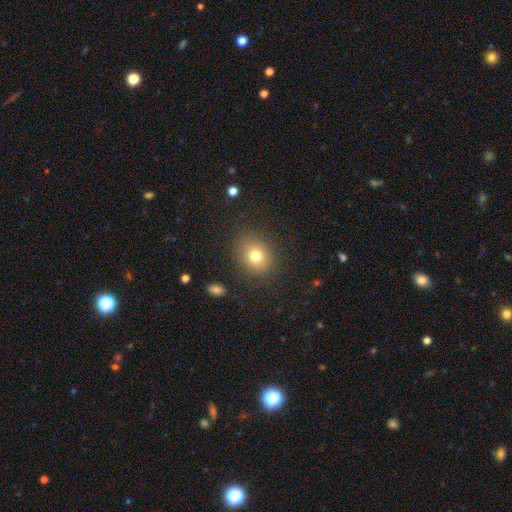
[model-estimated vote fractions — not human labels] The model was most divided on "how rounded": round: 60%, in between: 39%, cigar-shaped: 1%. More confident: merging — none (85%); smooth or featured — smooth (76%).